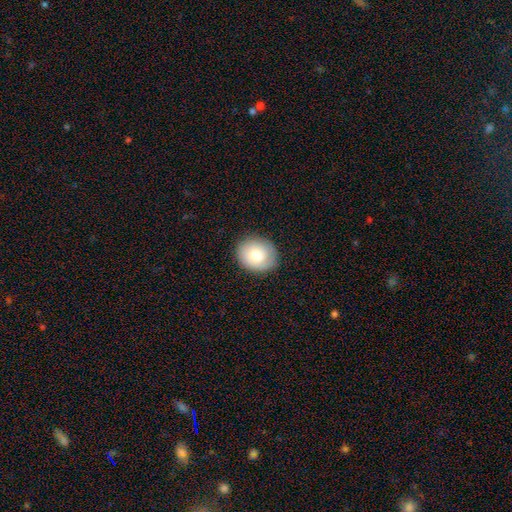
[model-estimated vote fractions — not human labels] This appears to be a smooth galaxy with no disk features (67%) that is round (67%). Merging: none (85%).